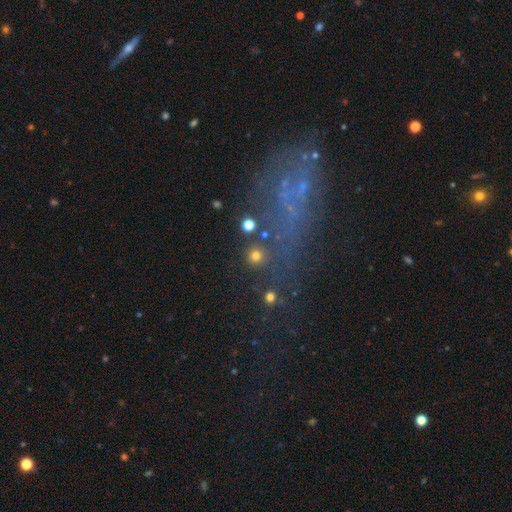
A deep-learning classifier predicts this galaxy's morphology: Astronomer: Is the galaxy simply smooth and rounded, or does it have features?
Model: smooth — 76%.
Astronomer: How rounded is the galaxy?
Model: round — 95%.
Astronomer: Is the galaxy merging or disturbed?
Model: none — 82%.